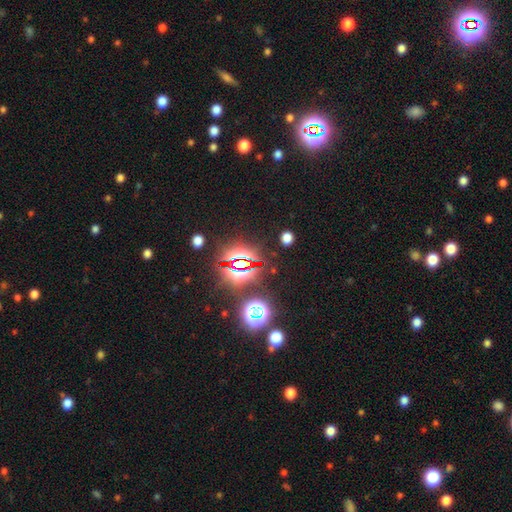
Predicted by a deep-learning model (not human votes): smooth_or_featured: star or artifact (p=0.82) [alt: smooth p=0.11]